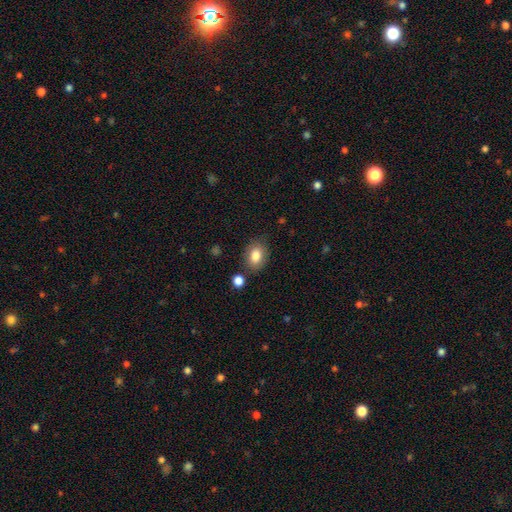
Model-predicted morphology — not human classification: The model was most divided on "how rounded": in between: 71%, round: 27%, cigar-shaped: 1%. More confident: smooth or featured — smooth (83%); merging — none (80%).